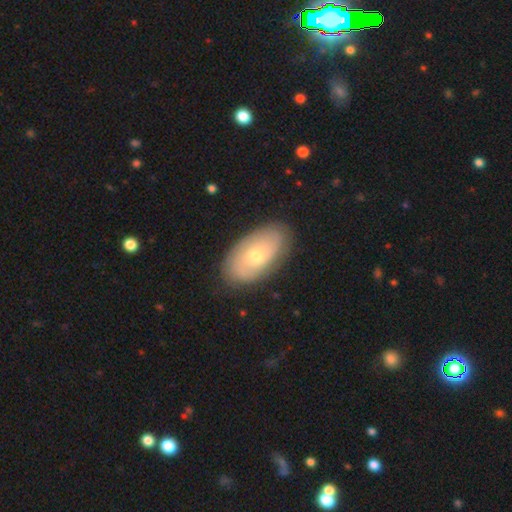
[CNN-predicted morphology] A smooth galaxy with no disk features (49%). Merging: none (83%).